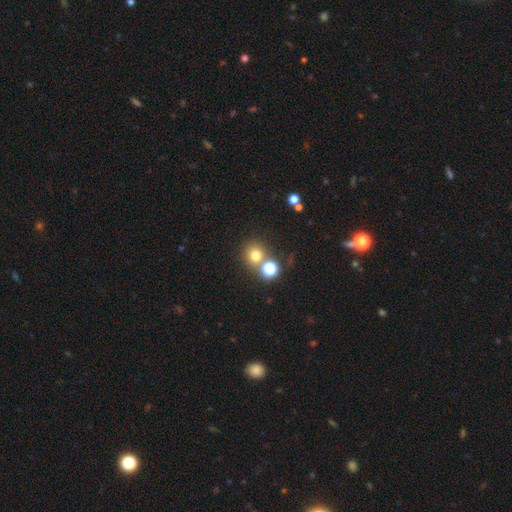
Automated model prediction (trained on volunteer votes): The model was most divided on "merging": none: 67%, merger: 21%, minor disturbance: 8%, major disturbance: 4%. More confident: how rounded — round (90%); smooth or featured — smooth (73%).